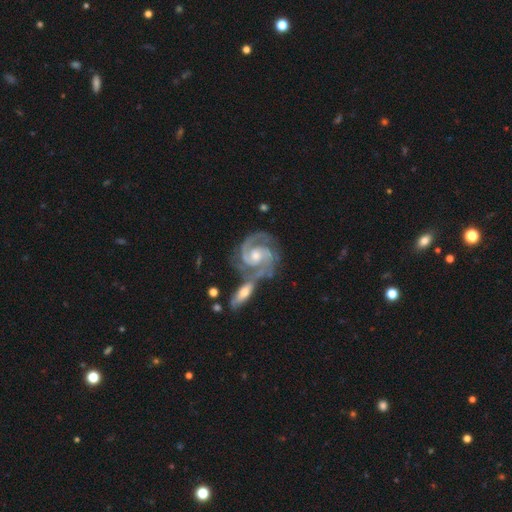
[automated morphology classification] This is clearly a featured or disk galaxy (93%). It is clearly not viewed edge-on (98%). Bar: possibly no (58%). Spiral arm pattern: clearly yes (99%). Spiral arm count: clearly 2 (88%). Spiral winding: possibly tight (53%). Central bulge: likely moderate (61%). Merging: possibly none (45%).